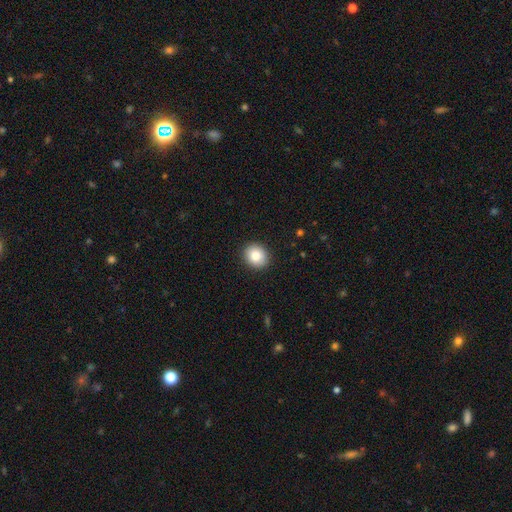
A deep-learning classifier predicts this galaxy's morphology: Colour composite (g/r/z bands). It shows a smooth galaxy with no disk features (85%) that is round (72%). Merging: none (91%).